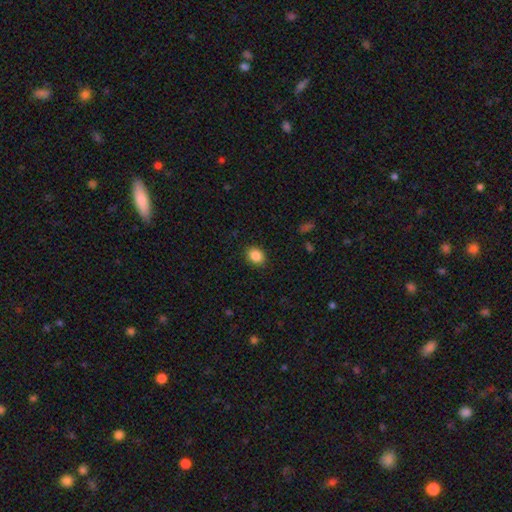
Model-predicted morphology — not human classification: This appears to be a smooth galaxy with no disk features (87%) that is in between round and cigar-shaped (53%). Merging: none (89%).